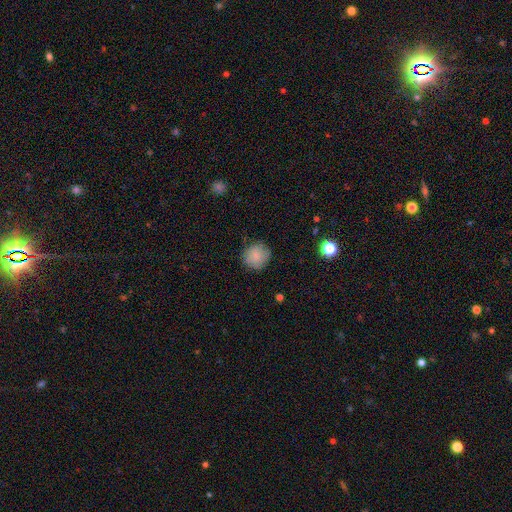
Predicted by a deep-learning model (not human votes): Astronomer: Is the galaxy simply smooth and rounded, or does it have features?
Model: smooth — 82%.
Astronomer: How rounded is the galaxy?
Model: round — 92%.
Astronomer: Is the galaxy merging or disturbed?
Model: none — 83%.